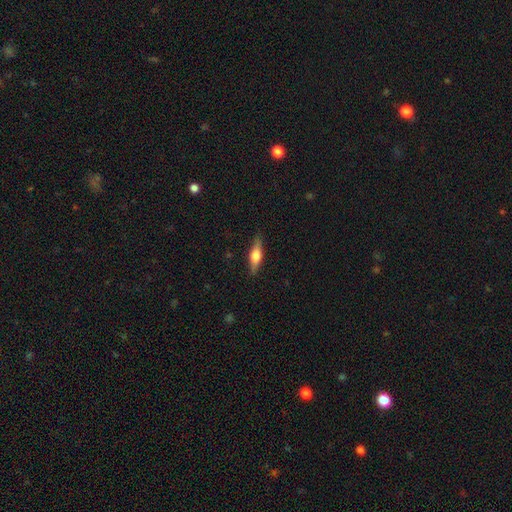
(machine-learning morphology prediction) Smooth or featured? Predicted: featured or disk (p=0.49). Merging? Predicted: none (p=0.86).